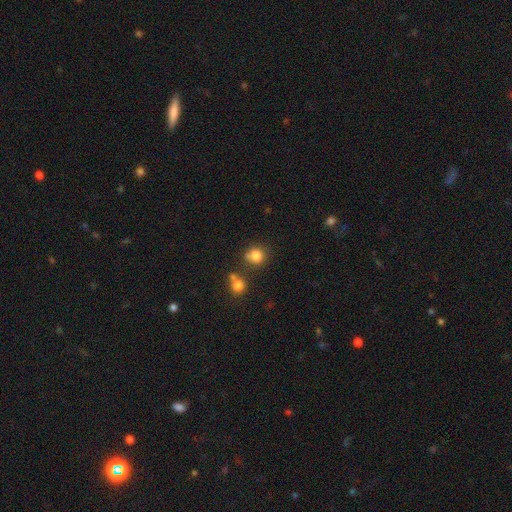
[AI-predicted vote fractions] Q: Smooth or featured?
A: smooth (81%); runner-up: star or artifact (12%)
Q: How rounded?
A: round (84%); runner-up: in between (15%)
Q: Merging?
A: none (65%); runner-up: minor disturbance (15%)